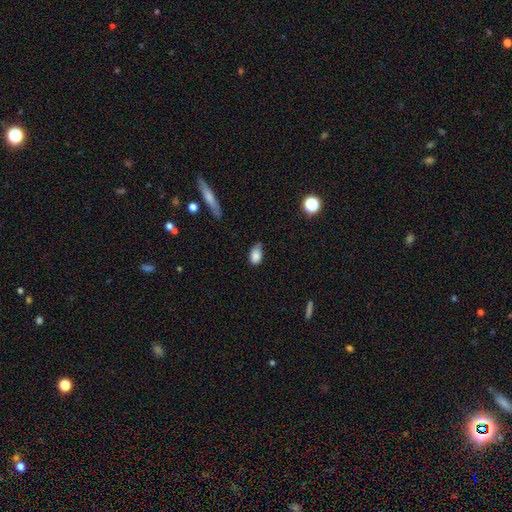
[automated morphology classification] Smooth or featured: smooth — 85% (star or artifact — 9%)
How rounded: in between — 89% (round — 9%)
Merging: none — 55% (minor disturbance — 36%)